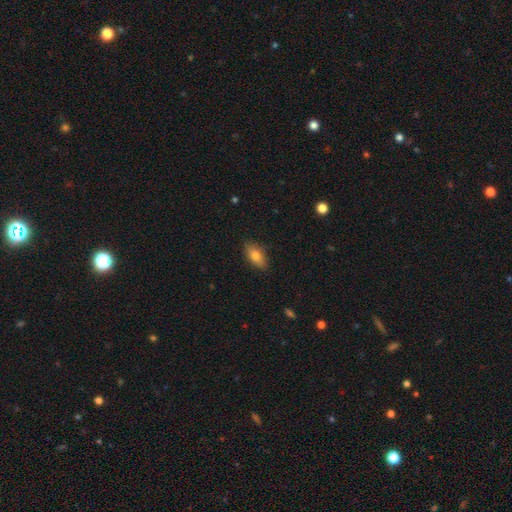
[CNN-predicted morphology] Smooth or featured? smooth (77%)
How rounded? in between (87%)
Merging? none (84%)